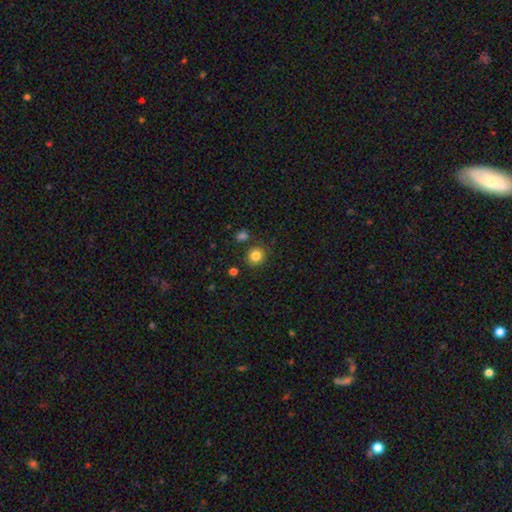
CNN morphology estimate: Q: Smooth or featured?
A: smooth (83%); runner-up: star or artifact (11%)
Q: How rounded?
A: round (90%); runner-up: in between (9%)
Q: Merging?
A: none (85%); runner-up: minor disturbance (8%)